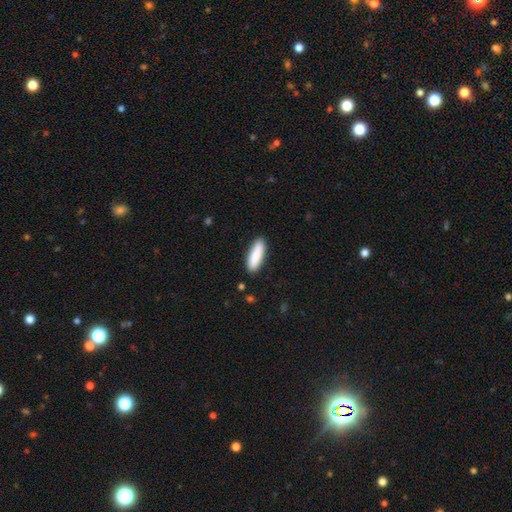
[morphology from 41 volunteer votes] Smooth or featured: smooth — 85% (star or artifact — 10%)
How rounded: cigar-shaped — 69% (in between — 31%)
Merging: none — 95% (minor disturbance — 3%)